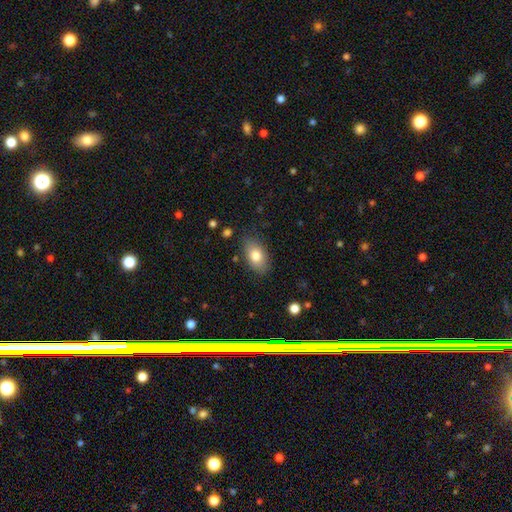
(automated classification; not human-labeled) Smooth or featured? smooth (80%)
How rounded? in between (90%)
Merging? none (82%)